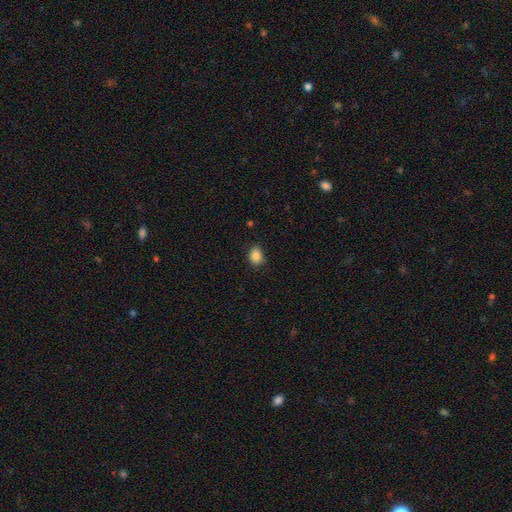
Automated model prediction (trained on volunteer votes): A smooth galaxy with no disk features (87%) that is in between round and cigar-shaped (65%).

Vote fractions:
- Smooth or featured? smooth: 87% / star or artifact: 9% / featured or disk: 4%
- How rounded? in between: 65% / round: 34% / cigar-shaped: 1%
- Merging? none: 82% / minor disturbance: 14% / major disturbance: 3% / merger: 1%